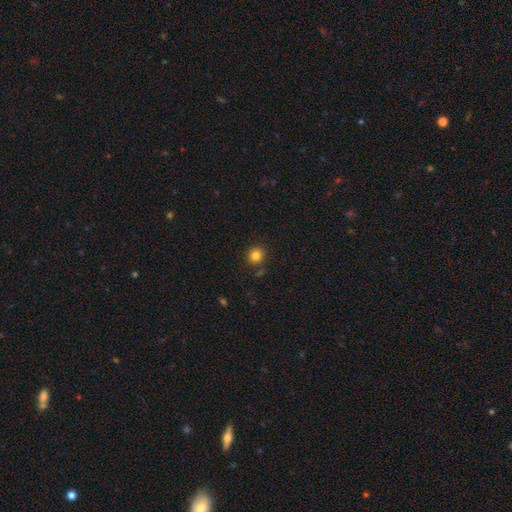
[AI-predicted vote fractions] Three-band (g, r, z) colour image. It shows a smooth galaxy with no disk features (82%) that is round (88%). Merging: none (88%).